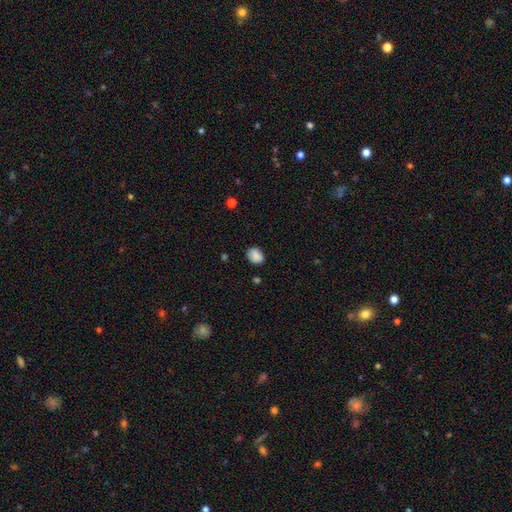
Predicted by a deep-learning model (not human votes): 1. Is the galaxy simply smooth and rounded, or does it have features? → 83% smooth, 9% star or artifact, 8% featured or disk.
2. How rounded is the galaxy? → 53% in between, 46% round, 1% cigar-shaped.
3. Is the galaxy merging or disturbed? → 76% none, 18% minor disturbance, 4% major disturbance, 2% merger.